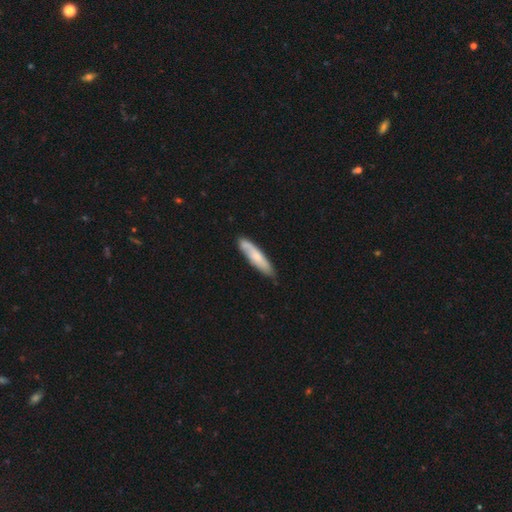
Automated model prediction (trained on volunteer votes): Morphology: type=smooth (63%); roundness=cigar-shaped (78%); merging=none (73%).